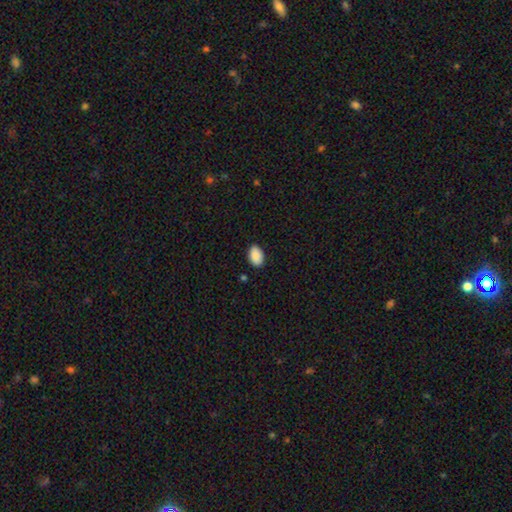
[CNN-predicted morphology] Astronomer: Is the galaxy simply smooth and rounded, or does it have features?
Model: smooth — 90%.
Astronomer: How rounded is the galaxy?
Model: in between — 90%.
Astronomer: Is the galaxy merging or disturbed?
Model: none — 86%.